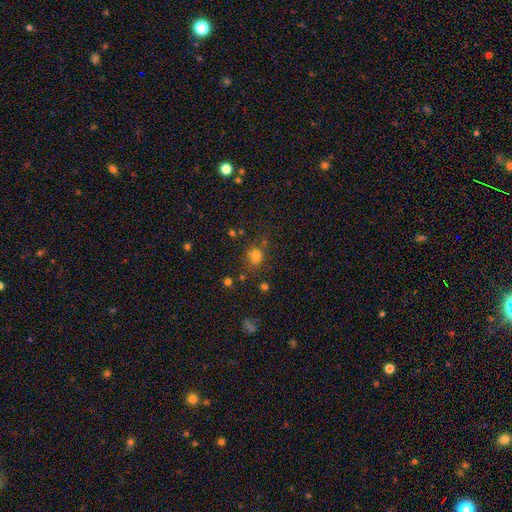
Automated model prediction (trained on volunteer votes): Smooth or featured: smooth — 67% (star or artifact — 24%)
How rounded: in between — 51% (round — 46%)
Merging: none — 58% (minor disturbance — 17%)